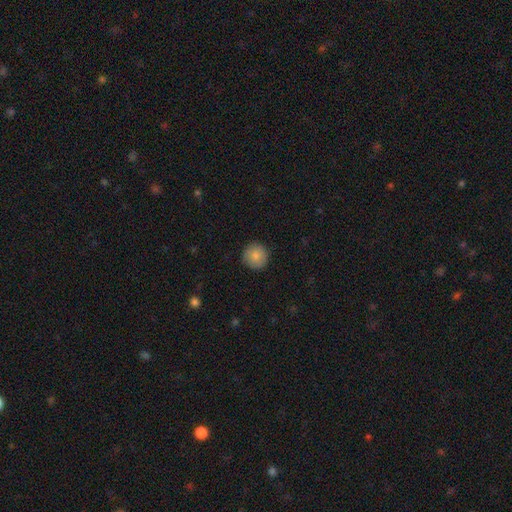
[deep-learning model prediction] Morphology: type=smooth (83%); roundness=round (95%); merging=none (91%).